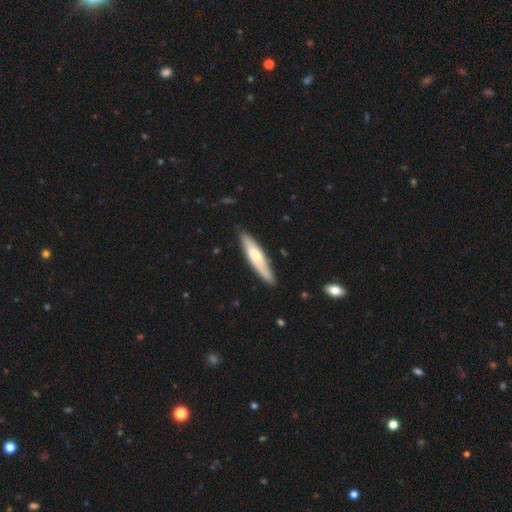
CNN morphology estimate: type=smooth (60%); roundness=cigar-shaped (81%); merging=none (84%).